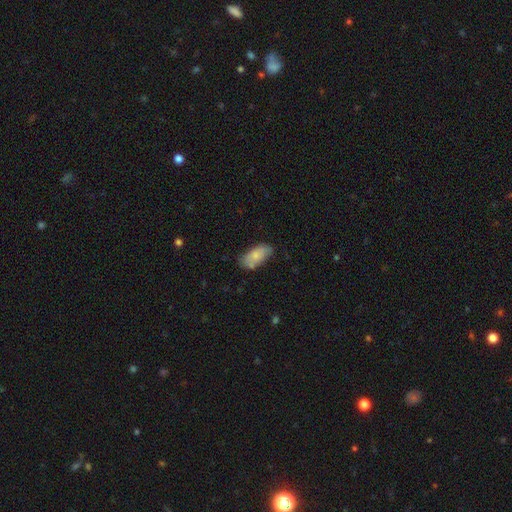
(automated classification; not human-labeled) Smooth or featured?
  - smooth: 77% *
  - featured or disk: 17%
  - star or artifact: 6%
How rounded?
  - in between: 91% *
  - cigar-shaped: 6%
  - round: 3%
Merging?
  - none: 66% *
  - minor disturbance: 24%
  - major disturbance: 5%
  - merger: 4%